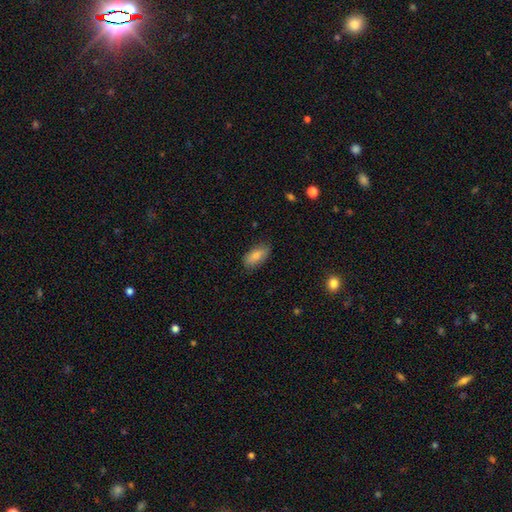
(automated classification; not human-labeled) This is clearly a smooth galaxy (86%). How rounded: clearly in between (87%). Merging: clearly none (82%).